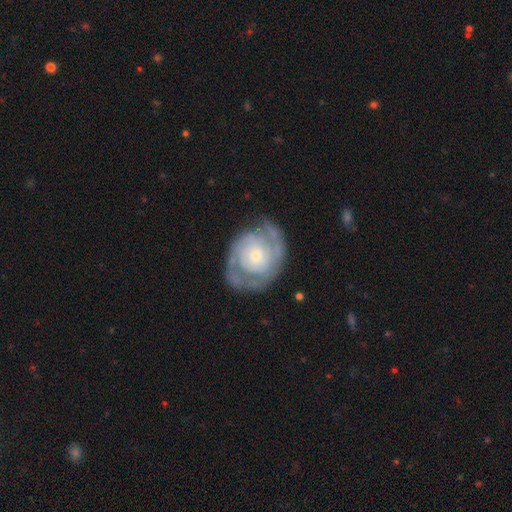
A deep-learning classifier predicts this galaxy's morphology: smooth_or_featured: featured or disk (p=0.81) [alt: smooth p=0.14]
disk_edge_on: no (p=0.97) [alt: yes p=0.03]
bar: no (p=0.78) [alt: weak p=0.18]
has_spiral_arms: yes (p=0.88) [alt: no p=0.12]
spiral_winding: tight (p=0.61) [alt: medium p=0.30]
spiral_arm_count: 2 (p=0.59) [alt: can't tell p=0.22]
bulge_size: small (p=0.66) [alt: moderate p=0.29]
merging: none (p=0.71) [alt: minor disturbance p=0.18]